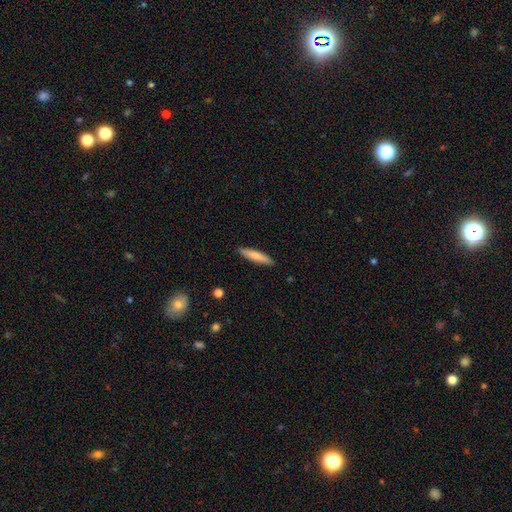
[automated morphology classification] The model was most divided on "smooth or featured": smooth: 76%, featured or disk: 19%, star or artifact: 6%. More confident: merging — none (90%); how rounded — cigar-shaped (86%).